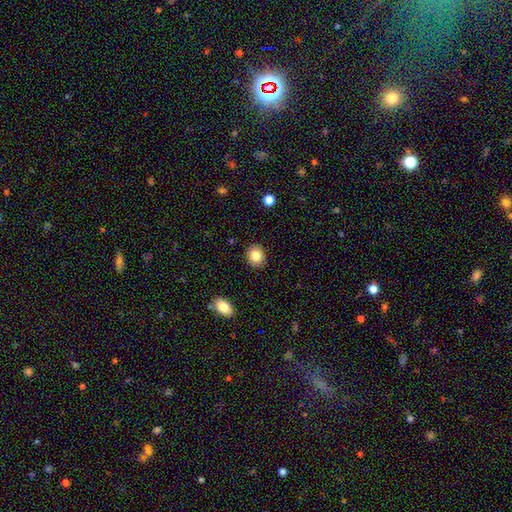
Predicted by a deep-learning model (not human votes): smooth_or_featured: smooth (p=0.84) [alt: star or artifact p=0.09]
how_rounded: round (p=0.64) [alt: in between p=0.35]
merging: none (p=0.90) [alt: minor disturbance p=0.07]